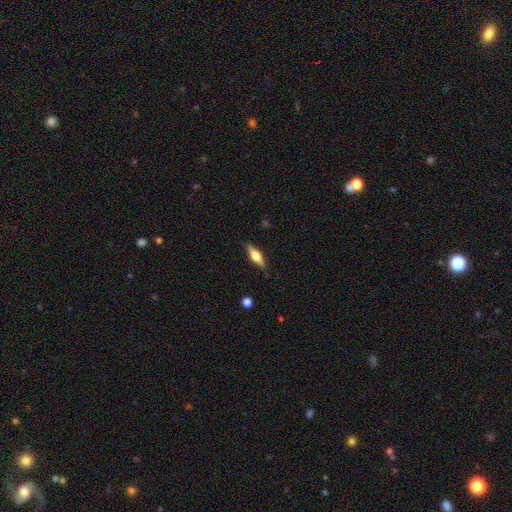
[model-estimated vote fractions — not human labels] A smooth galaxy with no disk features (48%). Merging: none (84%).